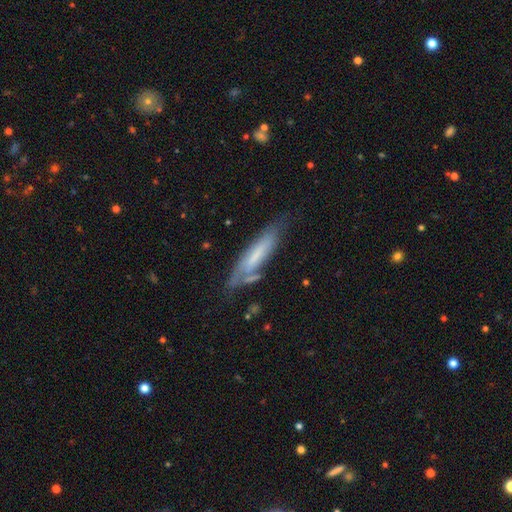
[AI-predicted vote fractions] Smooth or featured? Predicted: featured or disk (p=0.49). Merging? Predicted: none (p=0.55).